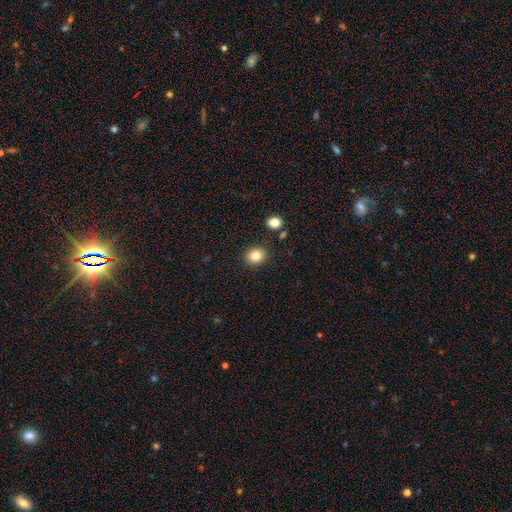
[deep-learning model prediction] A smooth galaxy with no disk features (83%) that is round (70%).

Vote fractions:
- Smooth or featured? smooth: 83% / star or artifact: 11% / featured or disk: 7%
- How rounded? round: 70% / in between: 29% / cigar-shaped: 1%
- Merging? none: 88% / minor disturbance: 7% / merger: 3% / major disturbance: 2%